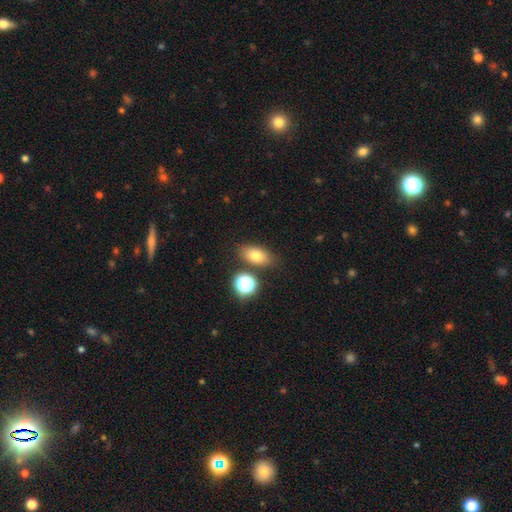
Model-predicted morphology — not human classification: Overall: smooth (76%). How rounded: in between (82%). Merging: none (78%).